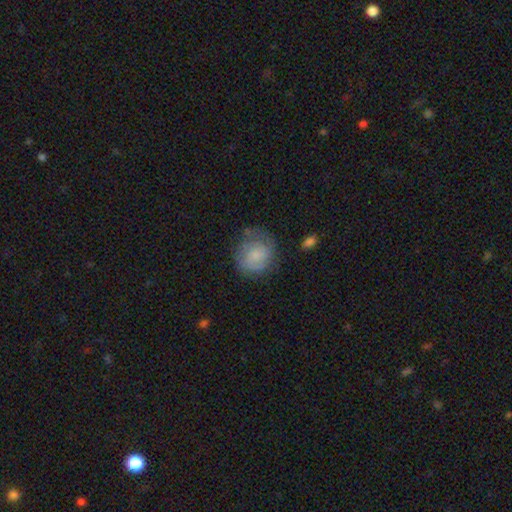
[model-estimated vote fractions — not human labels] smooth_or_featured: smooth (p=0.53) [alt: featured or disk p=0.39]
how_rounded: round (p=0.77) [alt: in between p=0.22]
merging: none (p=0.60) [alt: minor disturbance p=0.25]